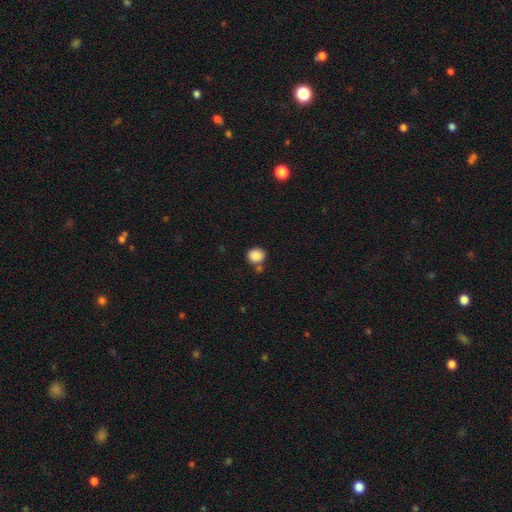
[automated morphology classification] smooth_or_featured: smooth (p=0.88) [alt: star or artifact p=0.09]
how_rounded: round (p=0.78) [alt: in between p=0.22]
merging: none (p=0.72) [alt: merger p=0.13]